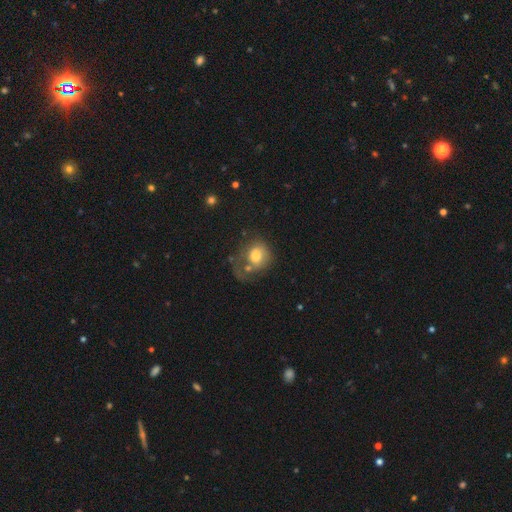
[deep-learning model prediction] Smooth or featured: smooth — 70% (featured or disk — 22%)
How rounded: round — 62% (in between — 37%)
Merging: major disturbance — 31% (none — 30%)